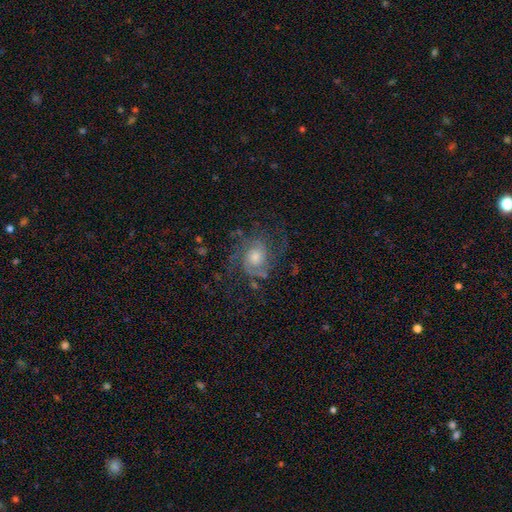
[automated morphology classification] Smooth or featured?
  - featured or disk: 78% *
  - smooth: 13%
  - star or artifact: 9%
Edge-on disk?
  - no: 97% *
  - yes: 3%
Bar?
  - no: 74% *
  - weak: 22%
  - strong: 4%
Spiral arms?
  - yes: 94% *
  - no: 6%
Spiral winding?
  - medium: 45% *
  - tight: 38%
  - loose: 18%
Spiral arm count?
  - 2: 48% *
  - can't tell: 21%
  - 3: 17%
  - 1: 5%
  - 4: 5%
  - more than 4: 4%
Bulge size?
  - moderate: 59% *
  - small: 25%
  - large: 12%
  - none: 2%
  - dominant: 2%
Merging?
  - none: 66% *
  - minor disturbance: 17%
  - major disturbance: 15%
  - merger: 2%